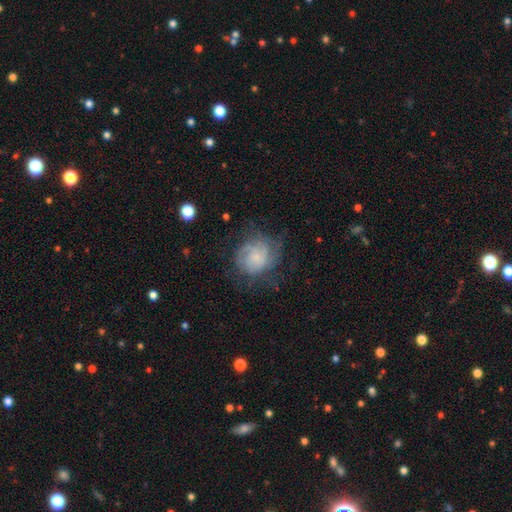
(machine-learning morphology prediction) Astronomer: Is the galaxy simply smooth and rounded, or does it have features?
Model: featured or disk — 63%.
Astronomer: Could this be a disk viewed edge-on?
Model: no — 98%.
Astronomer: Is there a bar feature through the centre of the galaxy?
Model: no — 73%.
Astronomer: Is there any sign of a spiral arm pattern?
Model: yes — 88%.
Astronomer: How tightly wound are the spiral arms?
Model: tight — 54% (runner-up: medium, 34%).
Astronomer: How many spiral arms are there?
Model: can't tell — 43% (runner-up: 2, 20%).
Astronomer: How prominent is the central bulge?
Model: small — 54%.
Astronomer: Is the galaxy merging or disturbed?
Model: none — 62%.